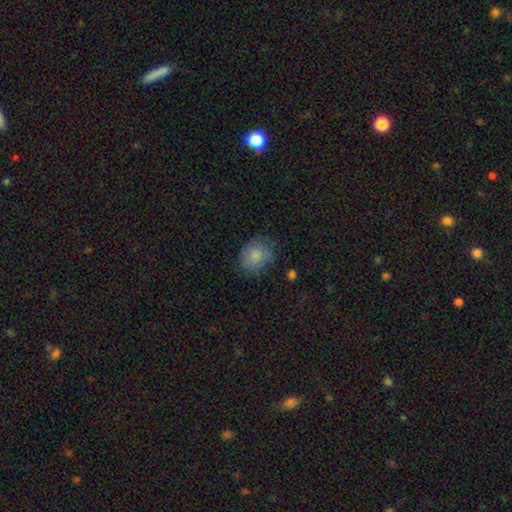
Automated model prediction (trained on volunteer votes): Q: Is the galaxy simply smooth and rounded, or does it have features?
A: smooth — 80%.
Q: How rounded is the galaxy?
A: round — 54%.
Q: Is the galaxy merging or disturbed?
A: none — 68%.